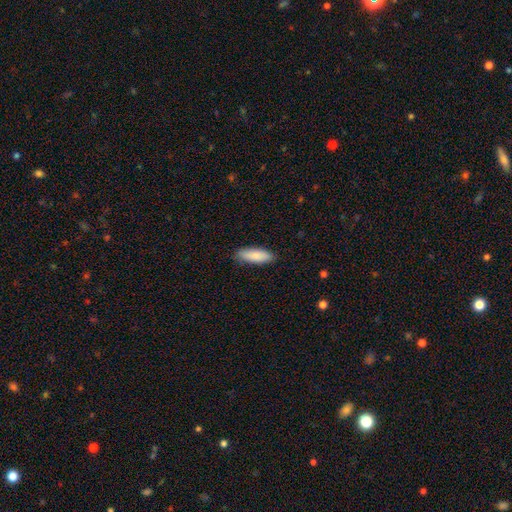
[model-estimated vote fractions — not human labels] Smooth or featured? smooth (85%)
How rounded? in between (59%)
Merging? none (86%)